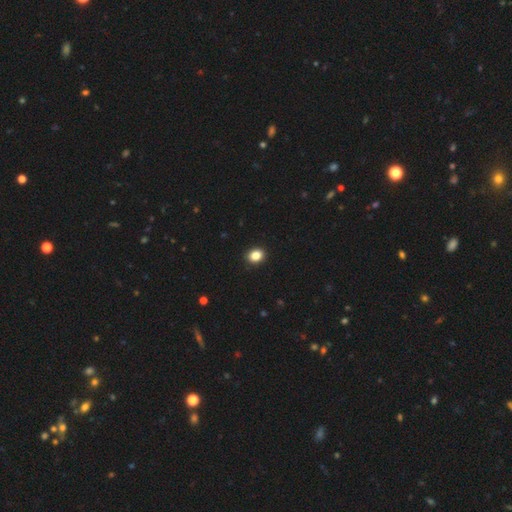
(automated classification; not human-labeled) smooth 86%, star or artifact 10%, featured or disk 4%. Down the decision tree: how rounded — round (53%); merging — none (92%).